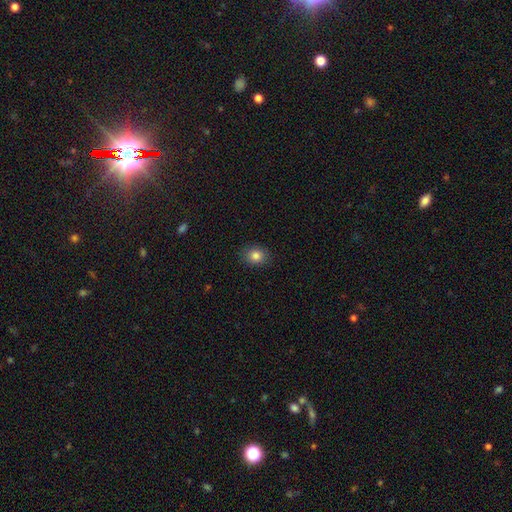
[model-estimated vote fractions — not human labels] A smooth galaxy with no disk features (83%) that is round (57%).

Vote fractions:
- Smooth or featured? smooth: 83% / star or artifact: 11% / featured or disk: 6%
- How rounded? round: 57% / in between: 42% / cigar-shaped: 1%
- Merging? none: 89% / minor disturbance: 8% / major disturbance: 2% / merger: 1%